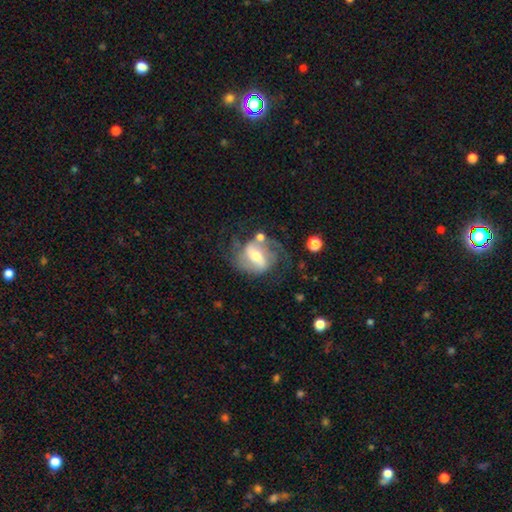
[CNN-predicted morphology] Overall: featured or disk (78%). Edge-on disk: no (97%). Bar: weak (41%; strong 40%). Spiral arms: yes (90%). Spiral arm count: 2 (74%). Spiral winding: medium (48%; loose 31%). Bulge size: moderate (52%; small 33%). Merging: none (51%; major disturbance 21%).